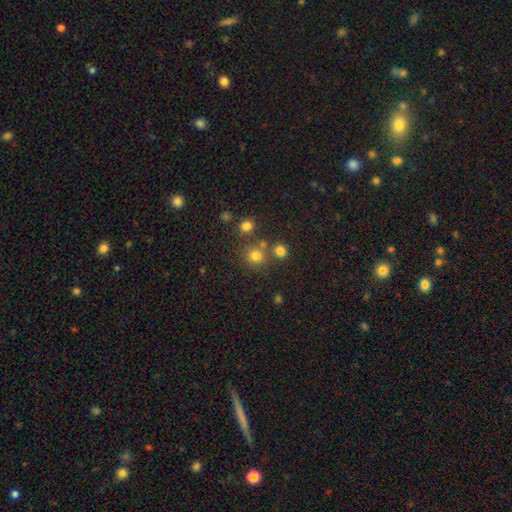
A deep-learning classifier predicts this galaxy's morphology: Q: Smooth or featured?
A: smooth (76%); runner-up: star or artifact (17%)
Q: How rounded?
A: round (90%); runner-up: in between (9%)
Q: Merging?
A: none (71%); runner-up: merger (17%)